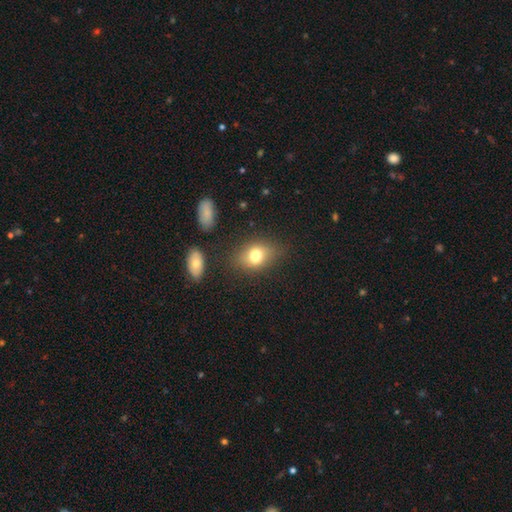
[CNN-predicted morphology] Q: Smooth or featured?
A: smooth (76%); runner-up: featured or disk (13%)
Q: How rounded?
A: in between (64%); runner-up: round (34%)
Q: Merging?
A: none (77%); runner-up: minor disturbance (15%)